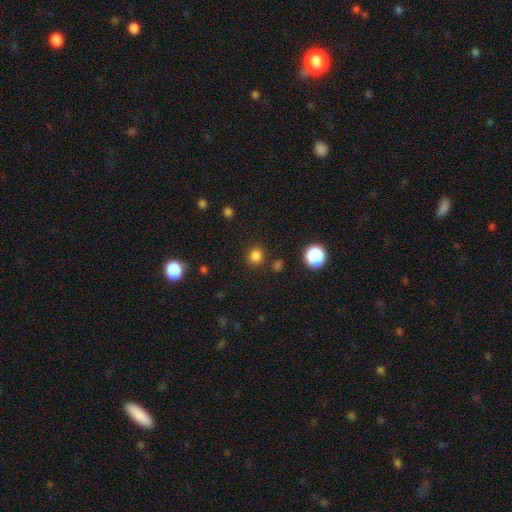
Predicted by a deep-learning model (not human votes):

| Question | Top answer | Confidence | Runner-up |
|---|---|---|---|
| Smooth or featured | smooth | 81% | star or artifact (15%) |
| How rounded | round | 82% | in between (17%) |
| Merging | none | 87% | minor disturbance (8%) |